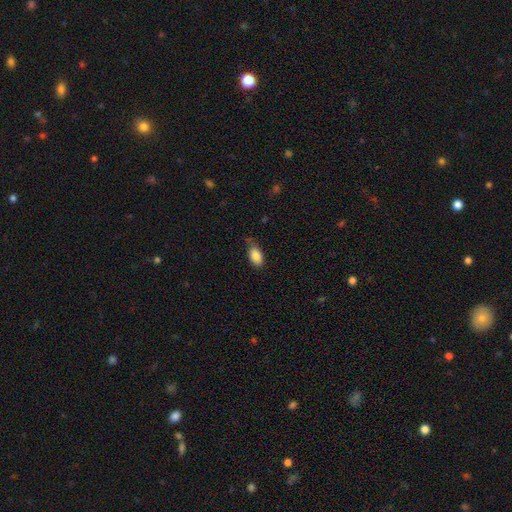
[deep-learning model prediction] Smooth or featured?
  - smooth: 87% *
  - star or artifact: 8%
  - featured or disk: 5%
How rounded?
  - in between: 93% *
  - round: 4%
  - cigar-shaped: 3%
Merging?
  - none: 71% *
  - minor disturbance: 22%
  - major disturbance: 4%
  - merger: 2%